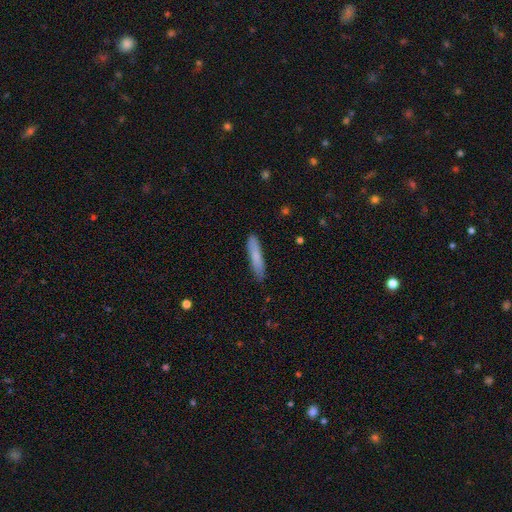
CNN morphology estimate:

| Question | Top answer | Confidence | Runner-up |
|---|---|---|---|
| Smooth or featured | smooth | 77% | featured or disk (17%) |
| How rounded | cigar-shaped | 87% | in between (11%) |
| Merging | none | 85% | minor disturbance (12%) |